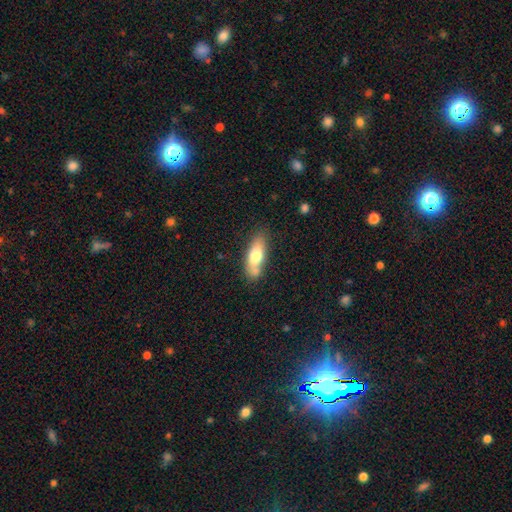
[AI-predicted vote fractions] This appears to be a smooth galaxy with no disk features (70%) that is in between round and cigar-shaped (65%). Merging: none (65%).